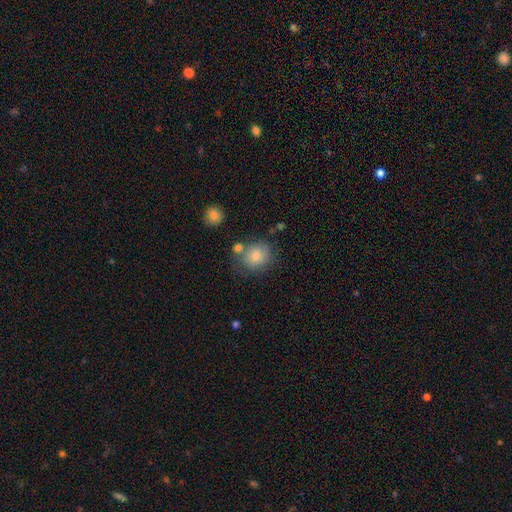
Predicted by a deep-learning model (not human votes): Smooth or featured: smooth — 79% (featured or disk — 12%)
How rounded: round — 75% (in between — 24%)
Merging: none — 63% (minor disturbance — 17%)